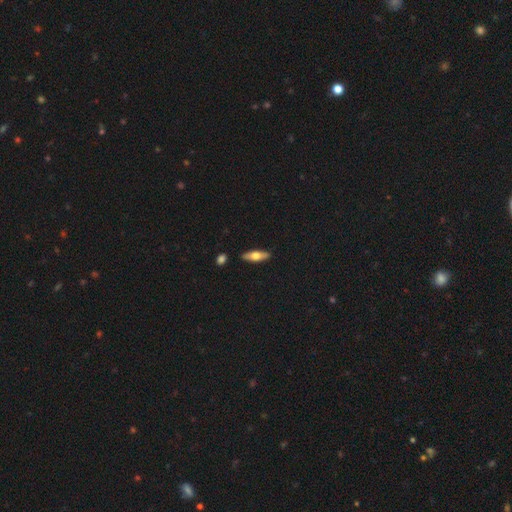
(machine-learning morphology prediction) Smooth or featured?
  - smooth: 54% *
  - featured or disk: 40%
  - star or artifact: 6%
How rounded?
  - cigar-shaped: 50% *
  - in between: 48%
  - round: 3%
Merging?
  - none: 88% *
  - minor disturbance: 8%
  - merger: 2%
  - major disturbance: 2%